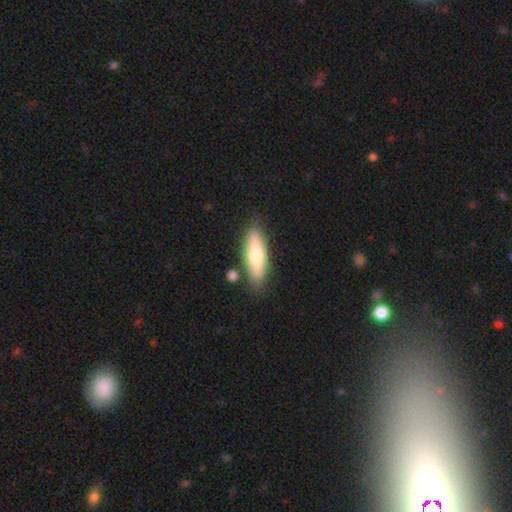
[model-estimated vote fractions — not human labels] The model was most divided on "how rounded": in between: 51%, cigar-shaped: 47%, round: 2%. More confident: merging — none (81%); smooth or featured — smooth (65%).